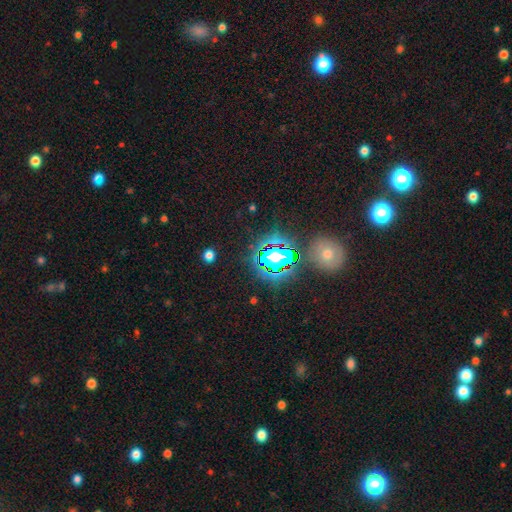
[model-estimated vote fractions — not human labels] Smooth or featured? Predicted: star or artifact (p=0.77).